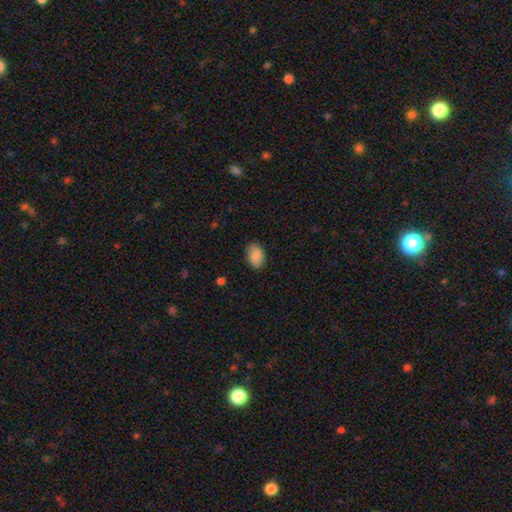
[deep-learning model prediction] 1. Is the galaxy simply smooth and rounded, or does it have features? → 88% smooth, 7% star or artifact, 5% featured or disk.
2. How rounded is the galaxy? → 89% in between, 10% round, 1% cigar-shaped.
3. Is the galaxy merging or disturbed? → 85% none, 11% minor disturbance, 3% major disturbance, 1% merger.